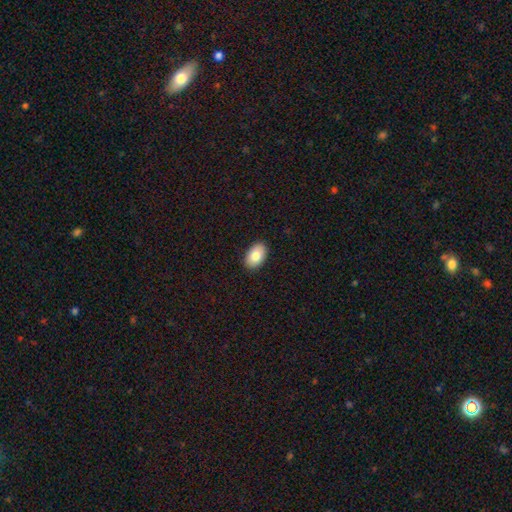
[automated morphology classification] Smooth or featured?
  - smooth: 82% *
  - featured or disk: 11%
  - star or artifact: 7%
How rounded?
  - in between: 91% *
  - round: 8%
  - cigar-shaped: 1%
Merging?
  - none: 90% *
  - minor disturbance: 7%
  - major disturbance: 2%
  - merger: 1%